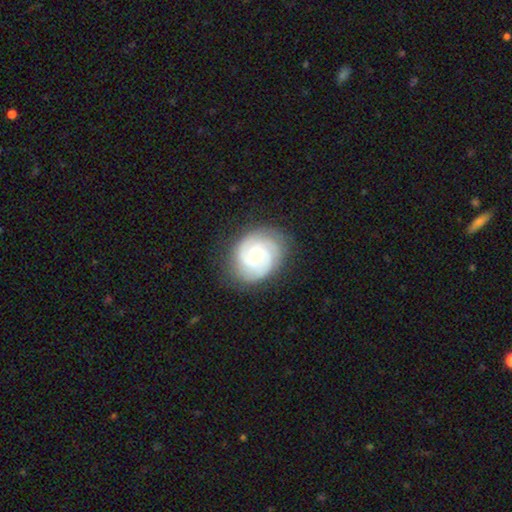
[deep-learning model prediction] Smooth or featured: featured or disk — 81% (smooth — 13%)
Edge-on disk: no — 98% (yes — 2%)
Bar: no — 69% (weak — 27%)
Spiral arms: yes — 97% (no — 3%)
Spiral winding: tight — 66% (medium — 28%)
Spiral arm count: 3 — 41% (2 — 26%)
Bulge size: moderate — 49% (small — 47%)
Merging: none — 81% (minor disturbance — 14%)